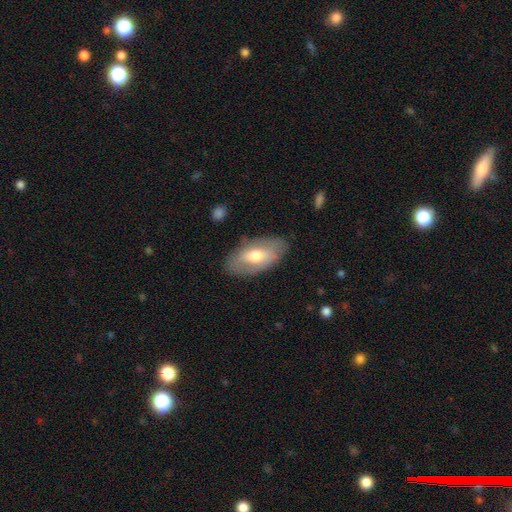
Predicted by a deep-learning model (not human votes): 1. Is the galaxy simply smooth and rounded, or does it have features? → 55% smooth, 39% featured or disk, 6% star or artifact.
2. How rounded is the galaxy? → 92% in between, 4% cigar-shaped, 4% round.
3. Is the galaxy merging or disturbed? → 80% none, 15% minor disturbance, 4% major disturbance, 1% merger.